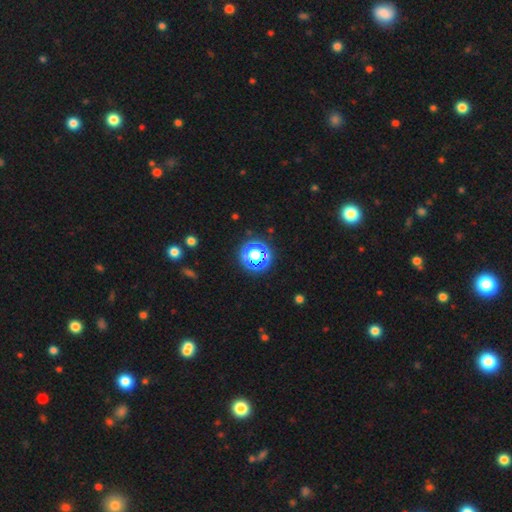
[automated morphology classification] Smooth or featured? star or artifact (56%)